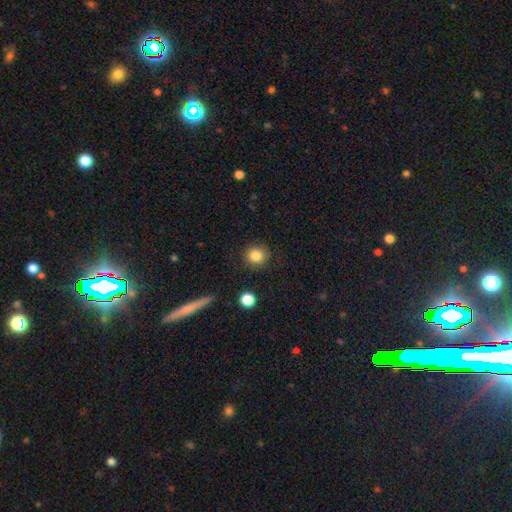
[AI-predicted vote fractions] A smooth galaxy with no disk features (85%) that is round (90%). Merging: none (88%).